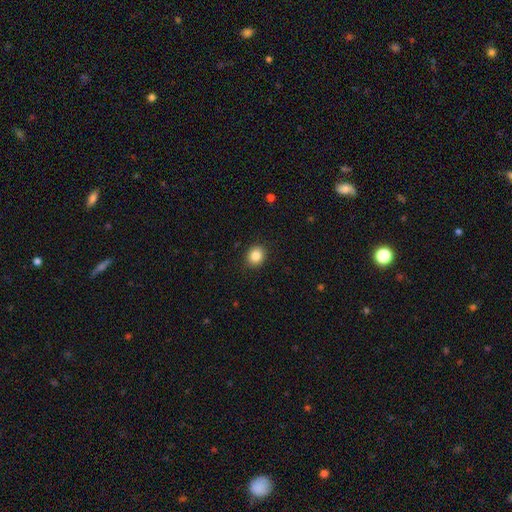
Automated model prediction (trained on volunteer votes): This is clearly a smooth galaxy (86%). How rounded: likely round (73%). Merging: clearly none (90%).